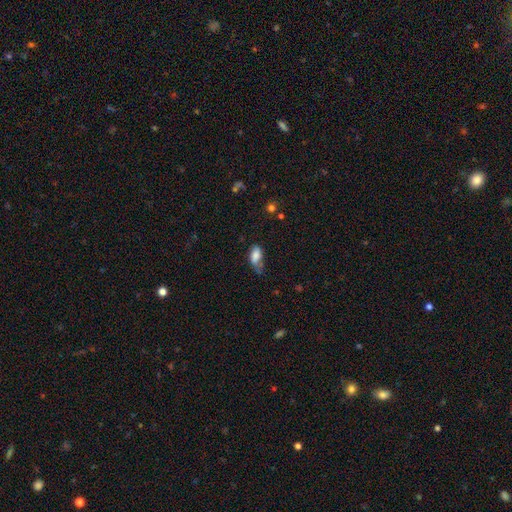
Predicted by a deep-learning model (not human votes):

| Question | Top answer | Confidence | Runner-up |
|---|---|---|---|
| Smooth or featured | smooth | 77% | featured or disk (15%) |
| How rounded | in between | 90% | cigar-shaped (6%) |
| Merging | minor disturbance | 39% | none (35%) |